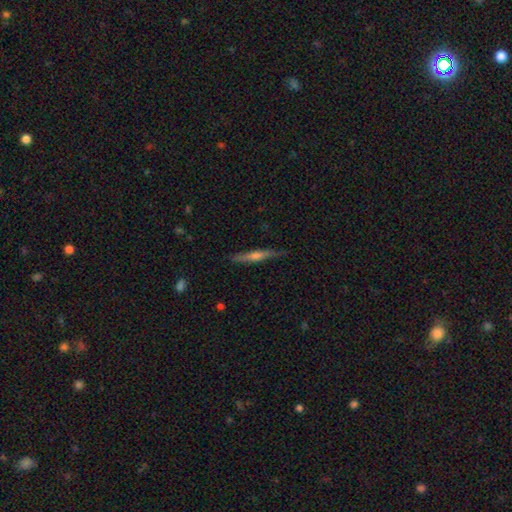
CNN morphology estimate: smooth_or_featured: featured or disk (p=0.63) [alt: smooth p=0.30]
disk_edge_on: yes (p=0.96) [alt: no p=0.04]
edge_on_bulge: rounded (p=0.71) [alt: none p=0.19]
merging: none (p=0.85) [alt: minor disturbance p=0.11]